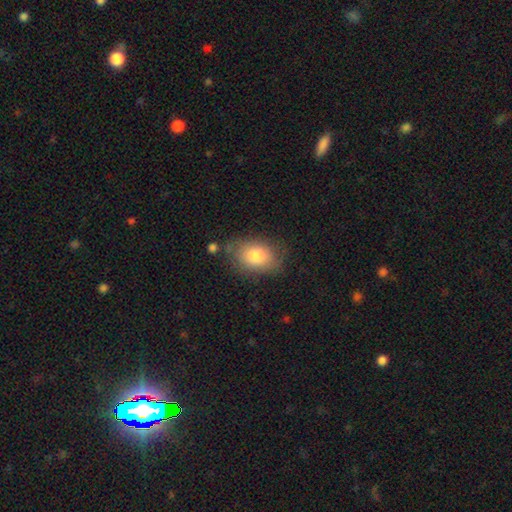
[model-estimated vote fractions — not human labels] This is clearly a smooth galaxy (81%). How rounded: likely in between (77%). Merging: likely none (69%).